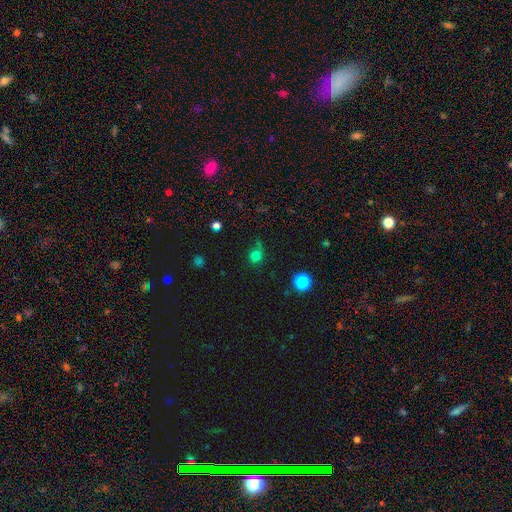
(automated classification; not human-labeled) Smooth or featured?
  - smooth: 77% *
  - star or artifact: 16%
  - featured or disk: 6%
How rounded?
  - round: 83% *
  - in between: 15%
  - cigar-shaped: 1%
Merging?
  - none: 63% *
  - minor disturbance: 23%
  - major disturbance: 9%
  - merger: 5%